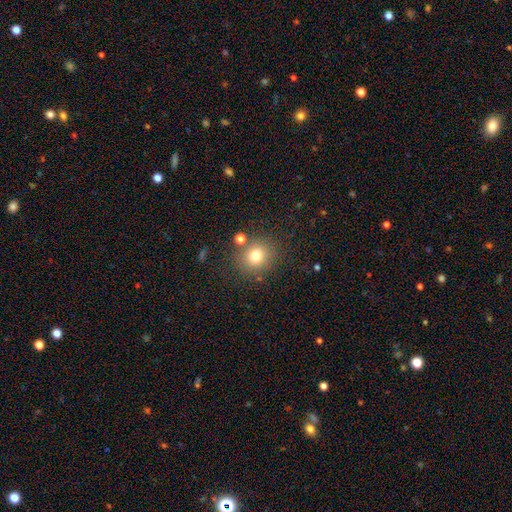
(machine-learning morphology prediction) A smooth galaxy with no disk features (75%) that is round (84%). Merging: none (80%).